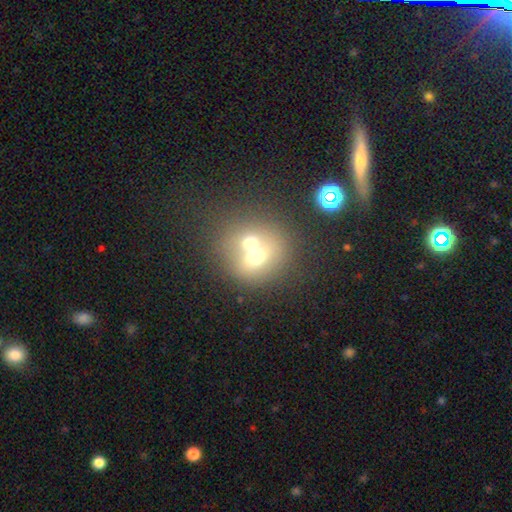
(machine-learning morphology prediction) A smooth galaxy with no disk features (63%) that is round (73%). Merging: merger (59%).